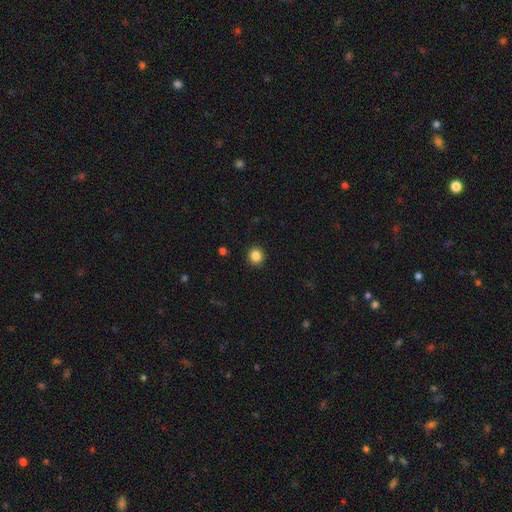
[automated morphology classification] This appears to be a smooth galaxy with no disk features (85%) that is round (85%). Merging: none (92%).